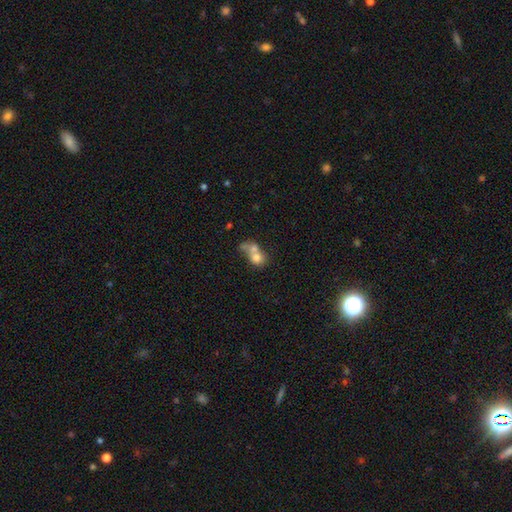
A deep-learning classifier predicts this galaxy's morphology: This is likely a smooth galaxy (68%). How rounded: likely round (67%). Merging: likely merger (68%).